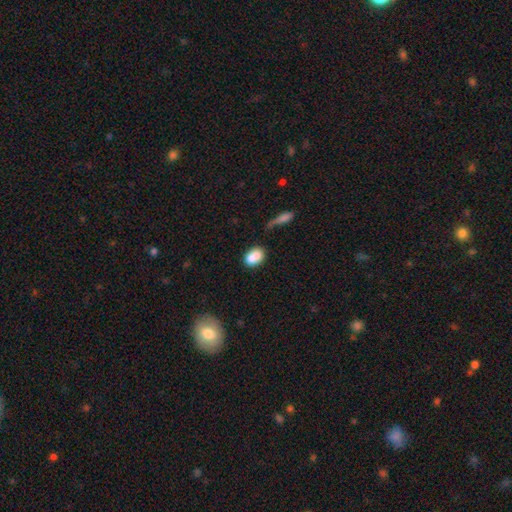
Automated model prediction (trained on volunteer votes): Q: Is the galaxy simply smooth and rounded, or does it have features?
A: smooth — 78%.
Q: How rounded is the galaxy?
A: in between — 71%.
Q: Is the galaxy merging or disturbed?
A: none — 41%.